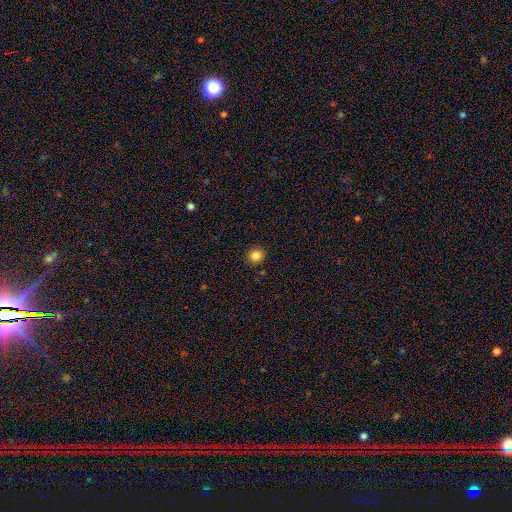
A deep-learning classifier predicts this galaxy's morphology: Smooth or featured: smooth — 83% (star or artifact — 12%)
How rounded: round — 91% (in between — 8%)
Merging: none — 91% (minor disturbance — 6%)